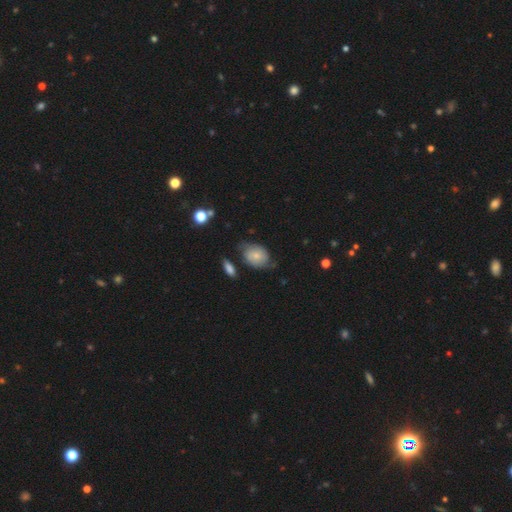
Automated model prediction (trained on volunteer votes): The model was most divided on "merging": none: 53%, minor disturbance: 32%, major disturbance: 10%, merger: 5%. More confident: how rounded — in between (68%); smooth or featured — smooth (60%).